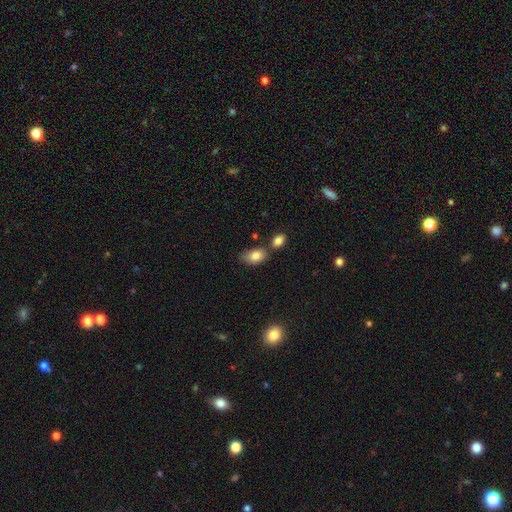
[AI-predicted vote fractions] This appears to be a smooth galaxy with no disk features (84%) that is in between round and cigar-shaped (91%). Merging: none (59%).